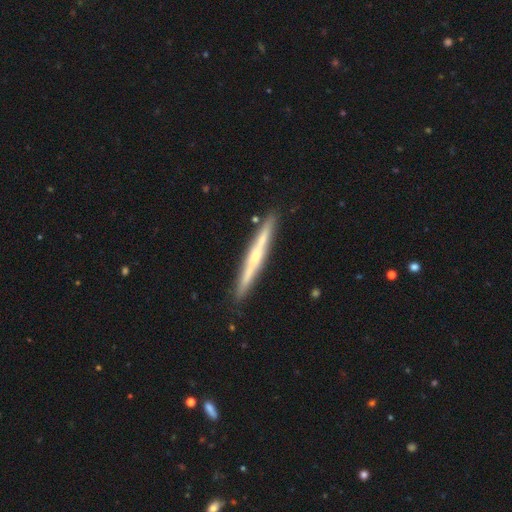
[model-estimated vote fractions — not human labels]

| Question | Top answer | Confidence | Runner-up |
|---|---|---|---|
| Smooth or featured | featured or disk | 69% | smooth (26%) |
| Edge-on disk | yes | 97% | no (3%) |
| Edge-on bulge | rounded | 61% | none (32%) |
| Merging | none | 90% | minor disturbance (7%) |